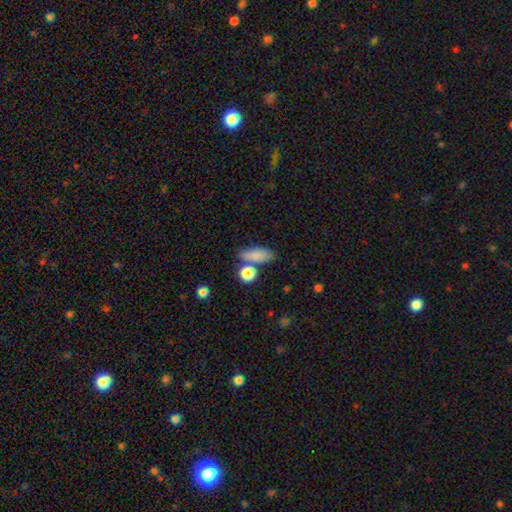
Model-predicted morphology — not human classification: type=smooth (82%); roundness=in between (69%); merging=none (64%).